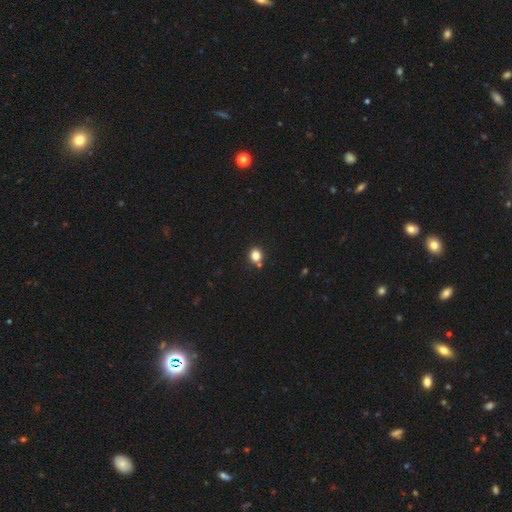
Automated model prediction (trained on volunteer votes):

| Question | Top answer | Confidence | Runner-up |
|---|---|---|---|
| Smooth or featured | smooth | 81% | star or artifact (13%) |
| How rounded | round | 85% | in between (14%) |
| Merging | none | 79% | merger (10%) |